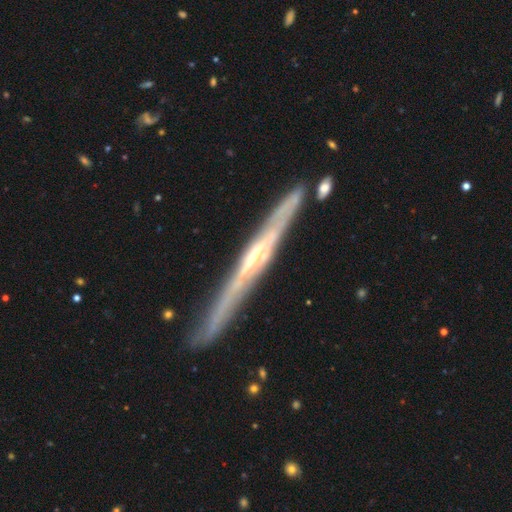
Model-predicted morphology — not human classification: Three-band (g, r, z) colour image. It shows a featured or disk galaxy (82%) viewed edge-on (96%) with a rounded central bulge (49%). Merging: none (85%).